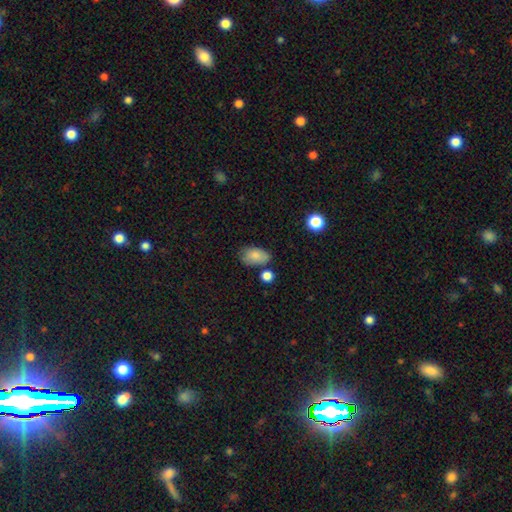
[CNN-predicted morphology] A smooth galaxy with no disk features (83%) that is in between round and cigar-shaped (90%).

Vote fractions:
- Smooth or featured? smooth: 83% / featured or disk: 9% / star or artifact: 8%
- How rounded? in between: 90% / round: 8% / cigar-shaped: 2%
- Merging? none: 63% / minor disturbance: 23% / merger: 8% / major disturbance: 6%